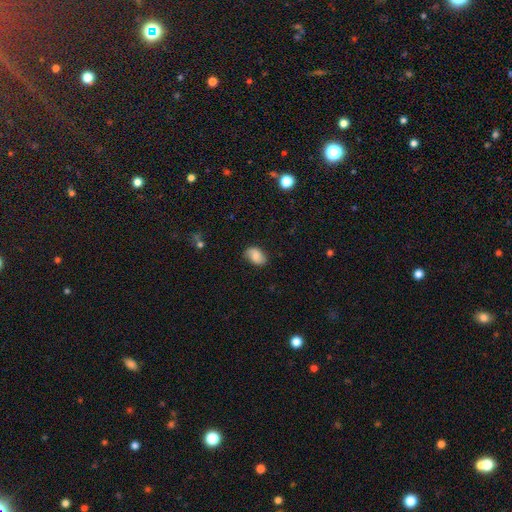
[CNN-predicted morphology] Overall: smooth (75%). How rounded: in between (88%). Merging: none (70%).